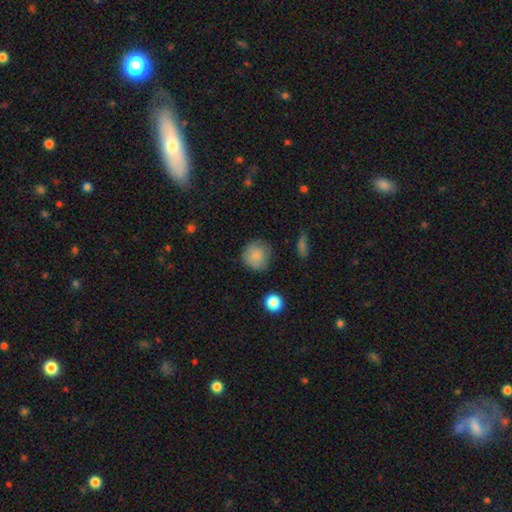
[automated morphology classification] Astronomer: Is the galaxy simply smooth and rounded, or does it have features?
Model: smooth — 83%.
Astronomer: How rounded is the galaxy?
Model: round — 91%.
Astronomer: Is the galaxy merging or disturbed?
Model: none — 78%.